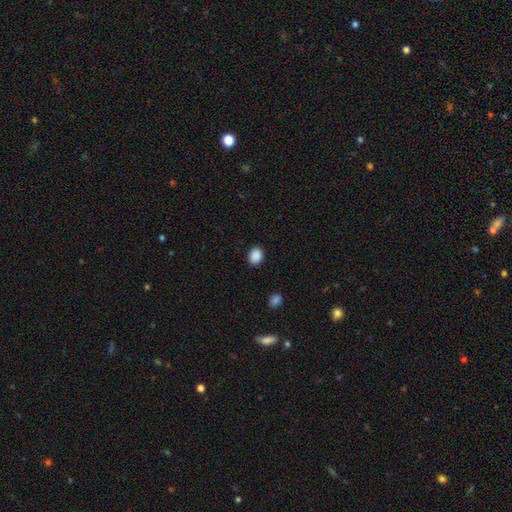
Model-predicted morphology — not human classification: The model was most divided on "how rounded": in between: 52%, round: 47%, cigar-shaped: 1%. More confident: merging — none (89%); smooth or featured — smooth (89%).